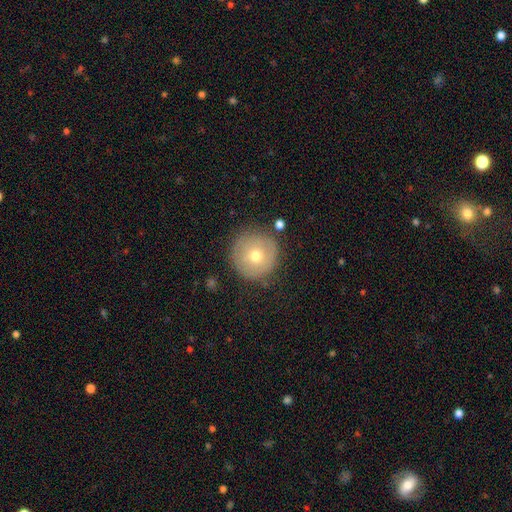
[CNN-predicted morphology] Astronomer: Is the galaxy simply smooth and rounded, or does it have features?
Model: smooth — 64%.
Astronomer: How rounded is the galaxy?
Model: round — 96%.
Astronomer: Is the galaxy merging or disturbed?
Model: none — 82%.